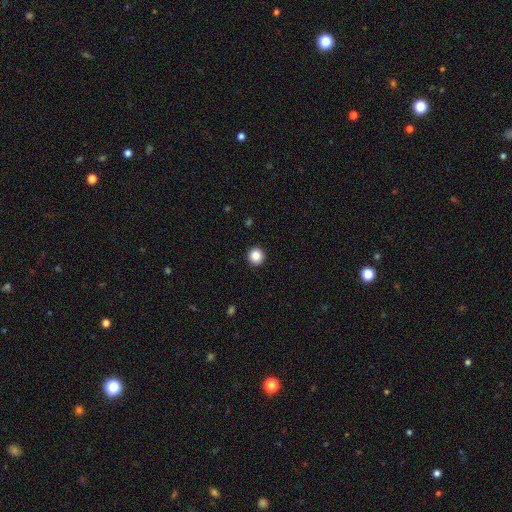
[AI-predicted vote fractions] The model was most divided on "smooth or featured": smooth: 86%, star or artifact: 10%, featured or disk: 4%. More confident: how rounded — round (95%); merging — none (94%).